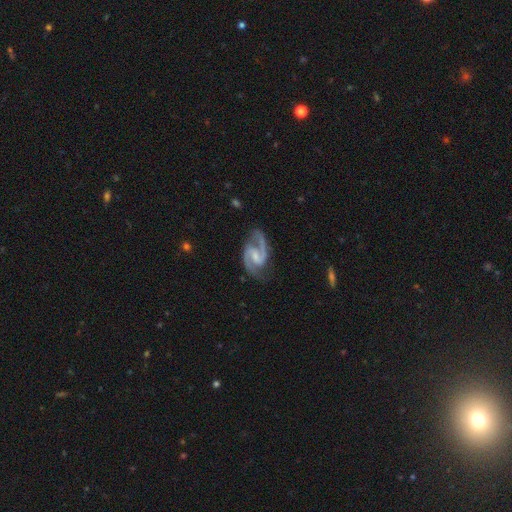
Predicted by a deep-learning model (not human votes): Q: Smooth or featured?
A: featured or disk (93%); runner-up: star or artifact (4%)
Q: Edge-on disk?
A: no (98%); runner-up: yes (2%)
Q: Bar?
A: weak (53%); runner-up: strong (24%)
Q: Spiral arms?
A: yes (98%); runner-up: no (2%)
Q: Spiral winding?
A: medium (63%); runner-up: loose (20%)
Q: Spiral arm count?
A: 2 (94%); runner-up: can't tell (2%)
Q: Bulge size?
A: small (46%); runner-up: none (30%)
Q: Merging?
A: none (77%); runner-up: minor disturbance (16%)